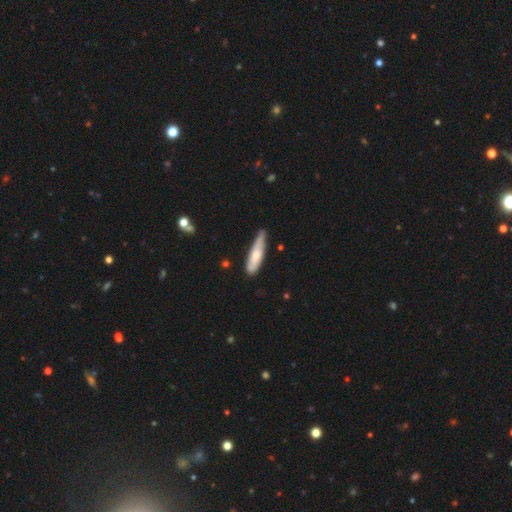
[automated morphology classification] smooth_or_featured: smooth (p=0.65) [alt: featured or disk p=0.30]
how_rounded: cigar-shaped (p=0.77) [alt: in between p=0.22]
merging: none (p=0.60) [alt: minor disturbance p=0.31]